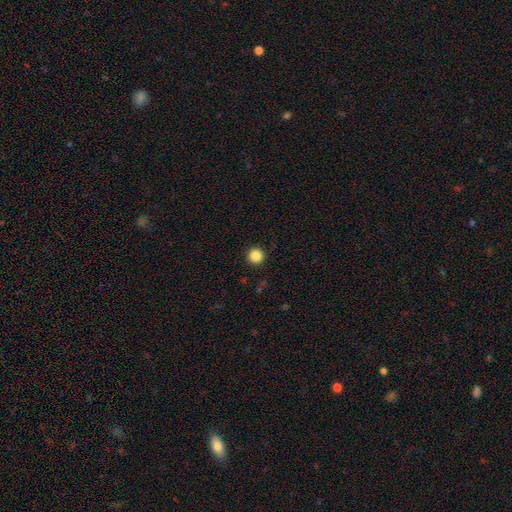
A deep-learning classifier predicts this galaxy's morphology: Smooth or featured? smooth (86%)
How rounded? round (95%)
Merging? none (92%)